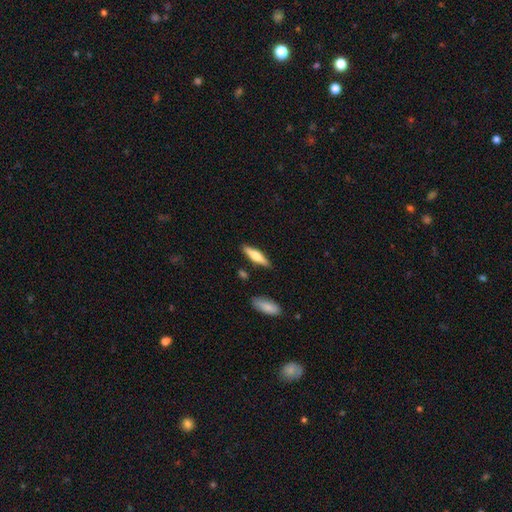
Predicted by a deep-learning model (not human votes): Overall: smooth (52%; featured or disk 42%). How rounded: cigar-shaped (69%). Merging: none (86%).